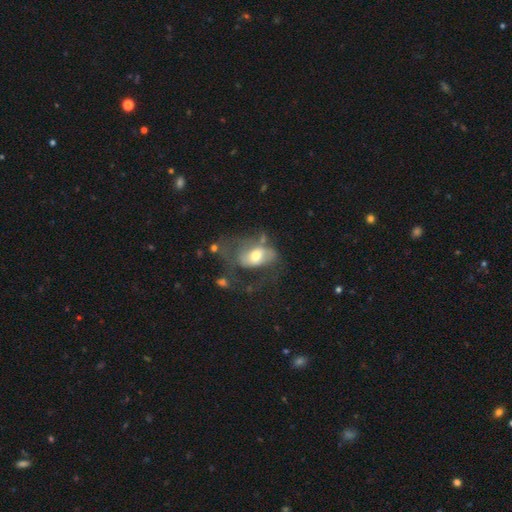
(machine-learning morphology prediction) A smooth galaxy with no disk features (51%) that is in between round and cigar-shaped (82%). Merging: major disturbance (47%).